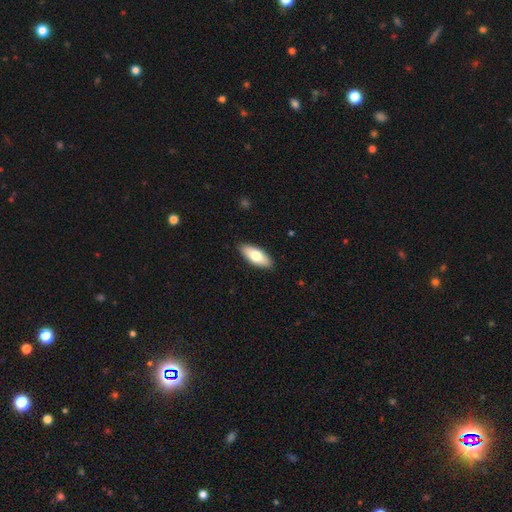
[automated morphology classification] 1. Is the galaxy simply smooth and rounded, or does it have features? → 74% smooth, 20% featured or disk, 6% star or artifact.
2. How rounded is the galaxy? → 79% in between, 18% cigar-shaped, 2% round.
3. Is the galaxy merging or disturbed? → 89% none, 8% minor disturbance, 2% major disturbance, 1% merger.